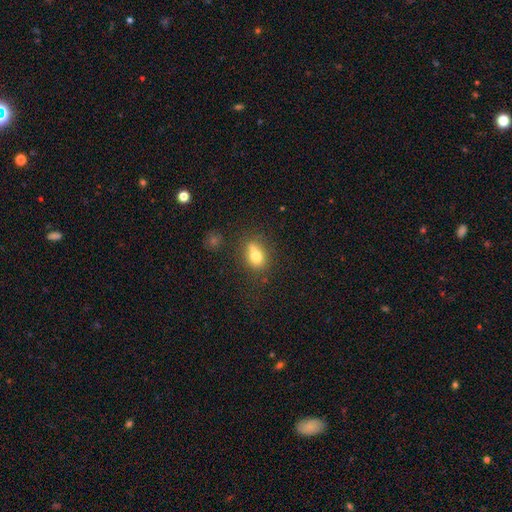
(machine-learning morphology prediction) This is likely a smooth galaxy (73%). How rounded: possibly in between (56%). Merging: possibly none (47%).